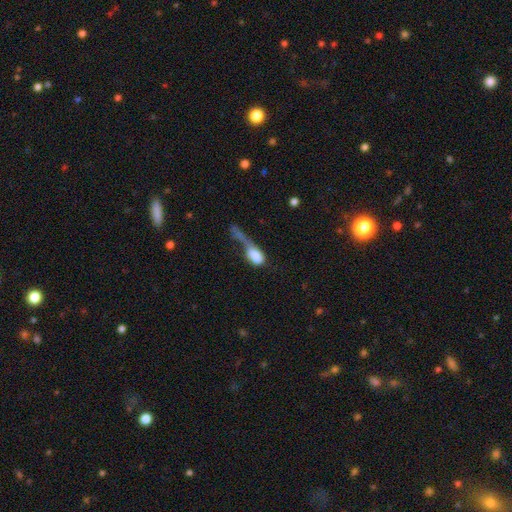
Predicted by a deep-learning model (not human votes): smooth_or_featured: smooth (p=0.67) [alt: featured or disk p=0.24]
how_rounded: in between (p=0.75) [alt: round p=0.17]
merging: major disturbance (p=0.52) [alt: merger p=0.22]